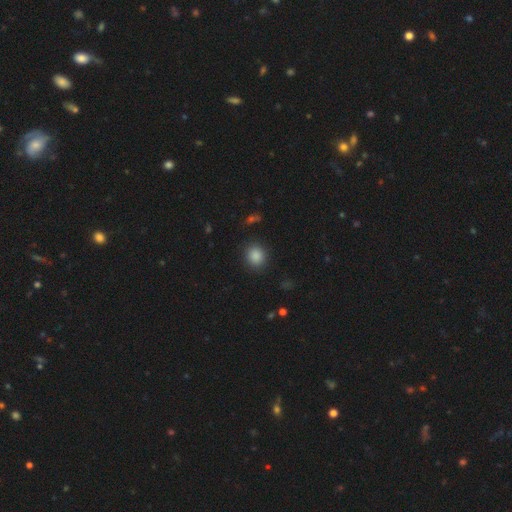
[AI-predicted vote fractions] This is clearly a smooth galaxy (87%). How rounded: clearly round (83%). Merging: clearly none (89%).